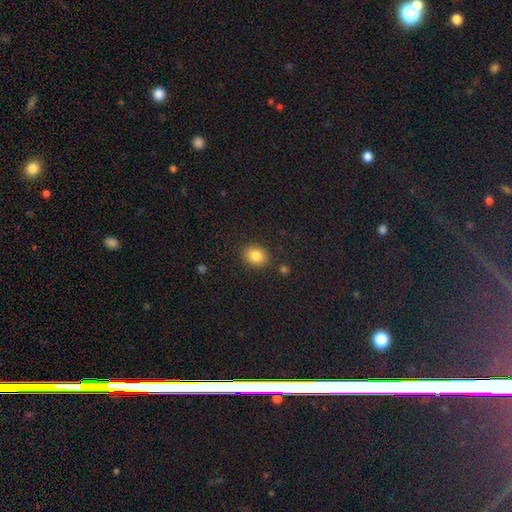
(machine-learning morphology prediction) Smooth or featured? smooth (84%)
How rounded? in between (50%)
Merging? none (87%)